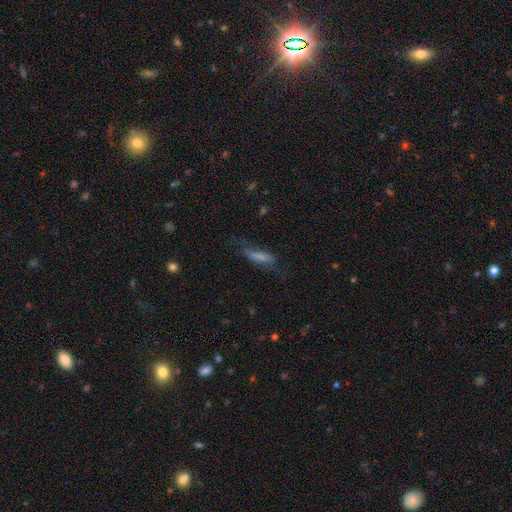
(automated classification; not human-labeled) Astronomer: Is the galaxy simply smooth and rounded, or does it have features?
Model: smooth — 51% (runner-up: featured or disk, 32%).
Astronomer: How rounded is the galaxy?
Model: cigar-shaped — 64%.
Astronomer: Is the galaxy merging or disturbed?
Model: none — 56%.